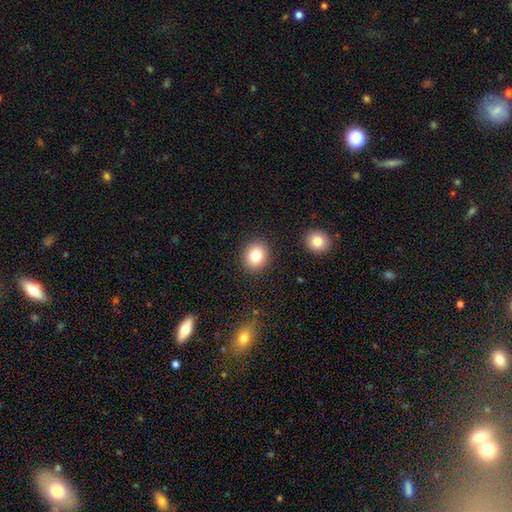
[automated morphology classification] Smooth or featured? smooth (81%)
How rounded? round (75%)
Merging? none (89%)